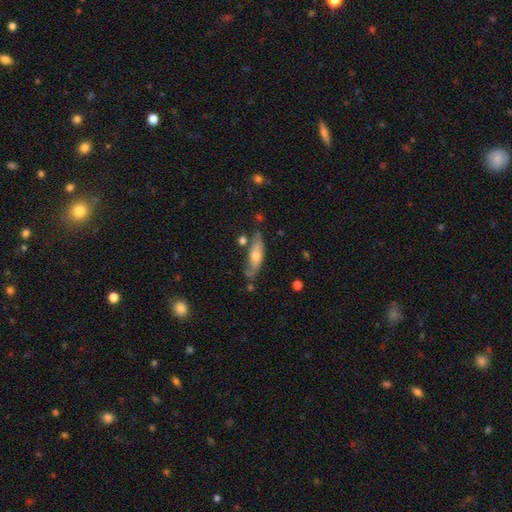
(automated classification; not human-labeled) smooth-or-featured: smooth: 48% | featured or disk: 46% | star or artifact: 6%
  merging: none: 67% | minor disturbance: 21% | merger: 7% | major disturbance: 5%